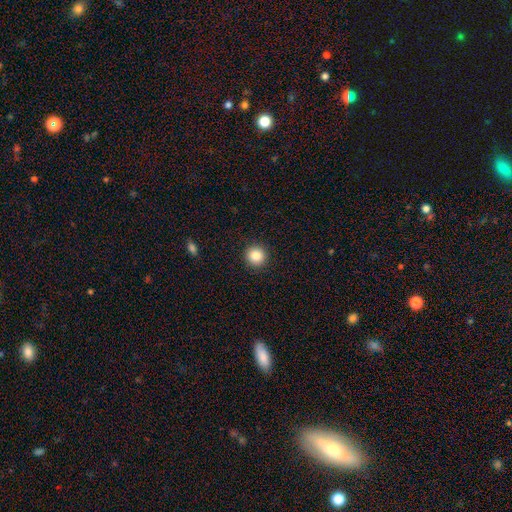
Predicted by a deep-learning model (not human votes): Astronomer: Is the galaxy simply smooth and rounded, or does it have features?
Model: smooth — 86%.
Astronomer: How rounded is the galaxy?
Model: round — 95%.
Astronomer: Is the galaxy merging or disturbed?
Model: none — 92%.